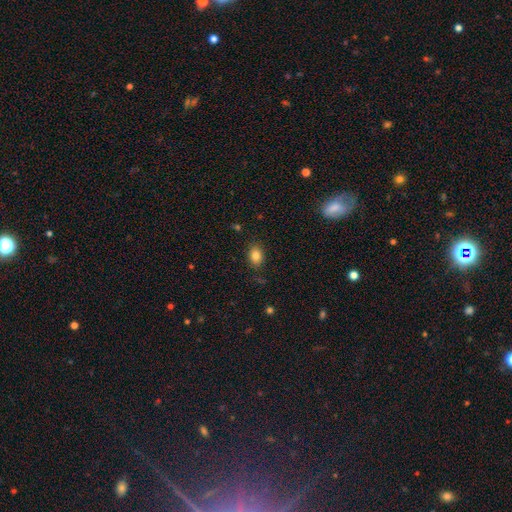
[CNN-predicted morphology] Smooth or featured? smooth (84%)
How rounded? in between (72%)
Merging? none (84%)